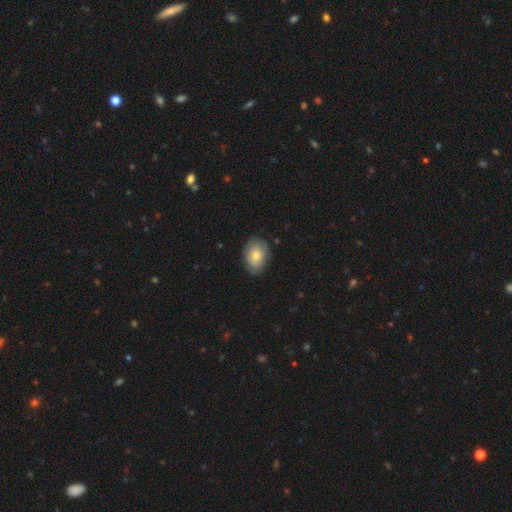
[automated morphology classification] This is likely a smooth galaxy (69%). How rounded: likely in between (76%). Merging: likely none (77%).